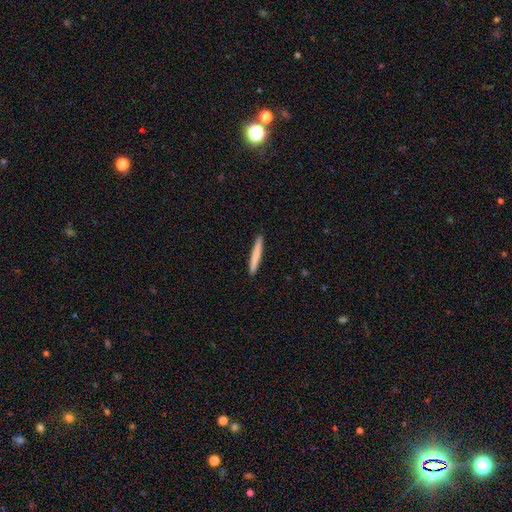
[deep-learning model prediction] Smooth or featured? Predicted: smooth (p=0.77). How rounded? Predicted: cigar-shaped (p=0.97). Merging? Predicted: none (p=0.92).